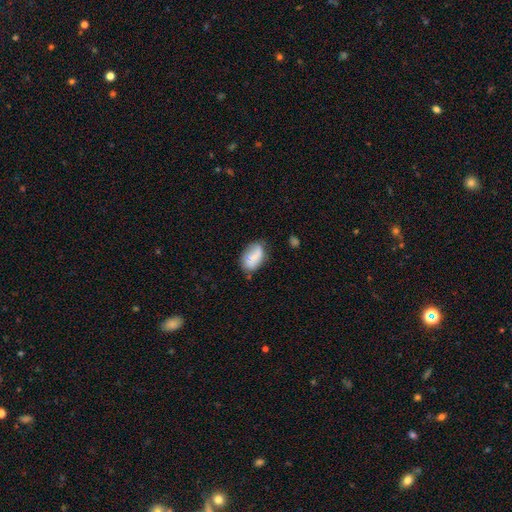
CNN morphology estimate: smooth-or-featured: smooth: 65% | featured or disk: 28% | star or artifact: 7%
  how-rounded: in between: 90% | round: 7% | cigar-shaped: 3%
  merging: none: 59% | minor disturbance: 25% | merger: 10% | major disturbance: 6%